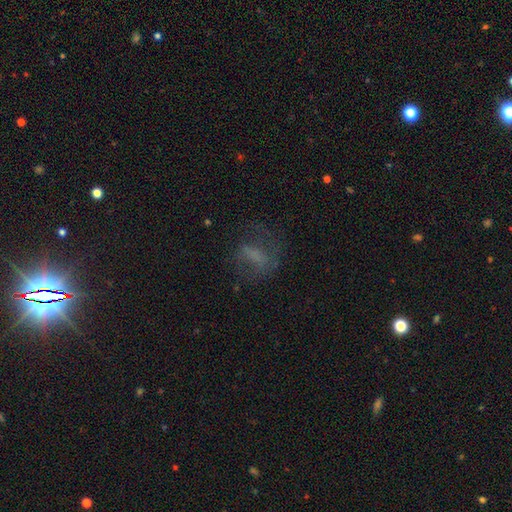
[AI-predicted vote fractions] Morphology: type=featured or disk (41%); merging=none (55%).